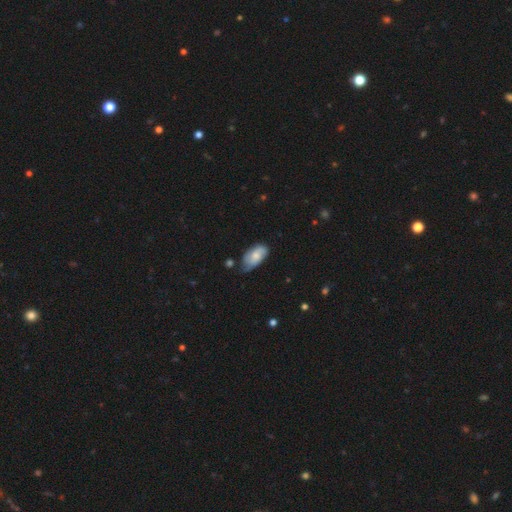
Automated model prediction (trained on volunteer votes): Smooth or featured? smooth (58%)
How rounded? in between (92%)
Merging? none (50%)